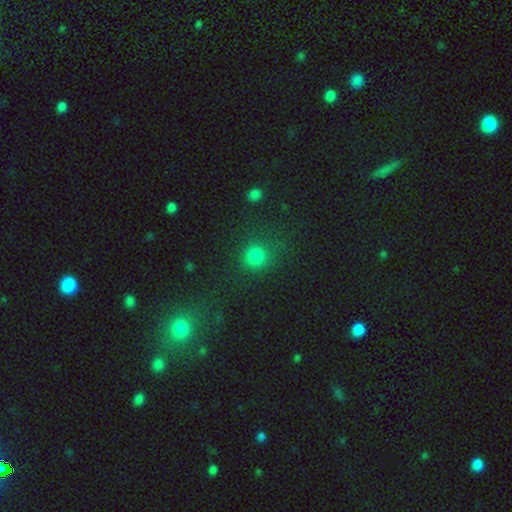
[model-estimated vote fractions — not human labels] This appears to be a smooth galaxy with no disk features (77%) that is round (88%). Merging: none (77%).